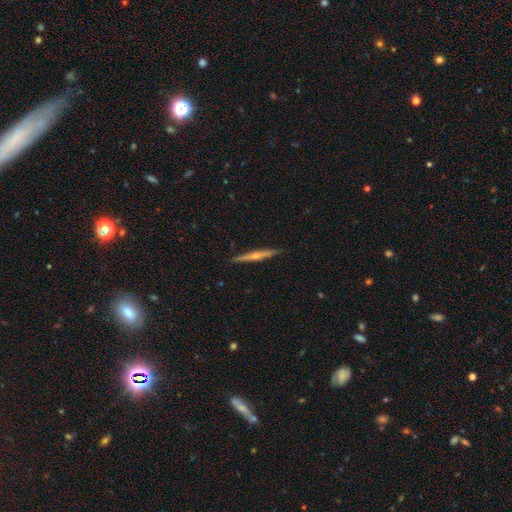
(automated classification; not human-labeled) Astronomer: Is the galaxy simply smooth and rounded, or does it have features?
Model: featured or disk — 69%.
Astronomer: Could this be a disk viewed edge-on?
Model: yes — 98%.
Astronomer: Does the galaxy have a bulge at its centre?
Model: rounded — 82%.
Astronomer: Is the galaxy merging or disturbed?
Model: none — 90%.